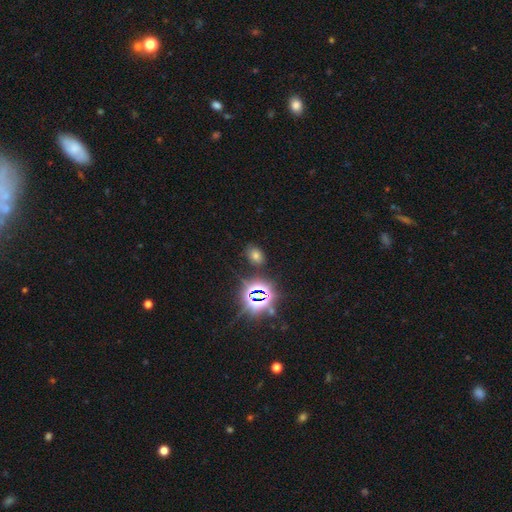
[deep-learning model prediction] A smooth galaxy with no disk features (53%) that is in between round and cigar-shaped (70%). Merging: none (82%).